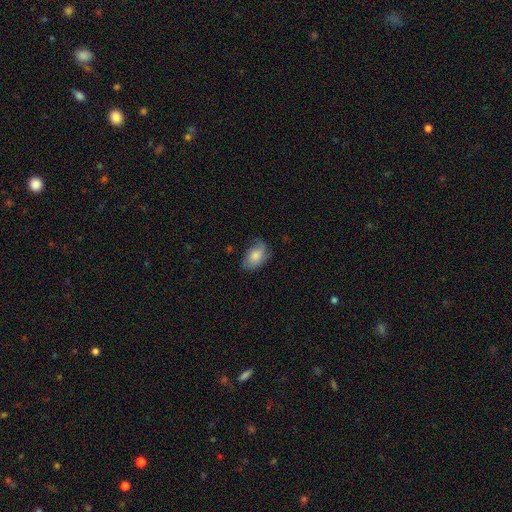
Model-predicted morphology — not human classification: A smooth galaxy with no disk features (75%) that is in between round and cigar-shaped (88%). Merging: none (62%).